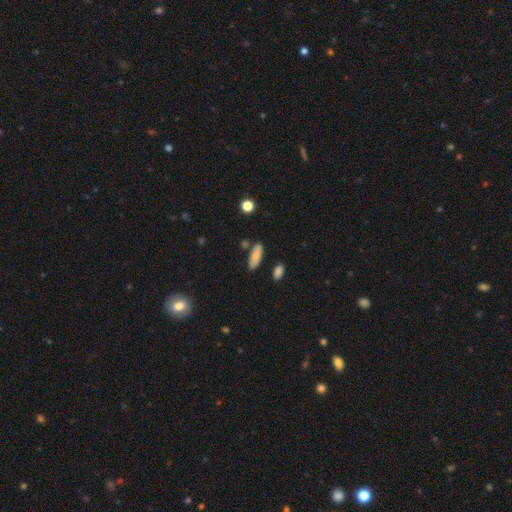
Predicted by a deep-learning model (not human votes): Smooth or featured?
  - smooth: 79% *
  - featured or disk: 13%
  - star or artifact: 8%
How rounded?
  - in between: 68% *
  - cigar-shaped: 29%
  - round: 3%
Merging?
  - none: 77% *
  - minor disturbance: 13%
  - merger: 7%
  - major disturbance: 3%